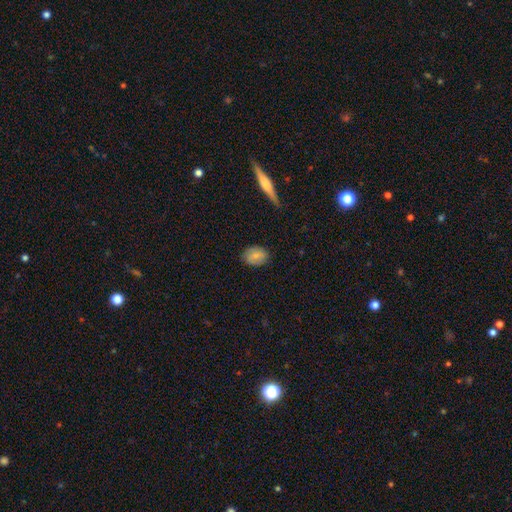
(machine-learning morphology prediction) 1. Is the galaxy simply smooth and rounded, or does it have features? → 74% smooth, 18% featured or disk, 8% star or artifact.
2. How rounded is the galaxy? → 71% in between, 27% round, 1% cigar-shaped.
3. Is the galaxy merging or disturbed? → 77% none, 18% minor disturbance, 4% major disturbance, 1% merger.